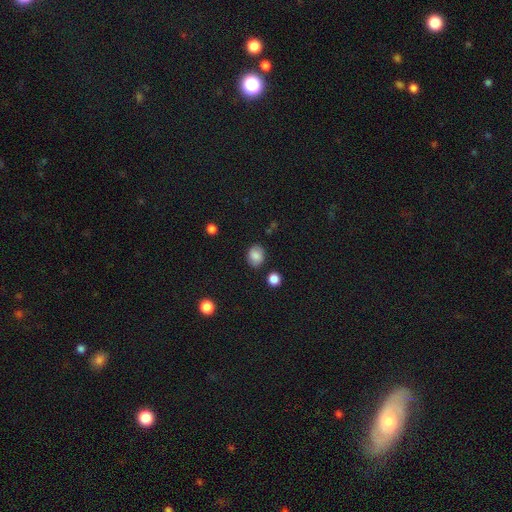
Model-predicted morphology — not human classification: smooth_or_featured: smooth (p=0.85) [alt: star or artifact p=0.09]
how_rounded: in between (p=0.50) [alt: round p=0.49]
merging: none (p=0.82) [alt: minor disturbance p=0.12]